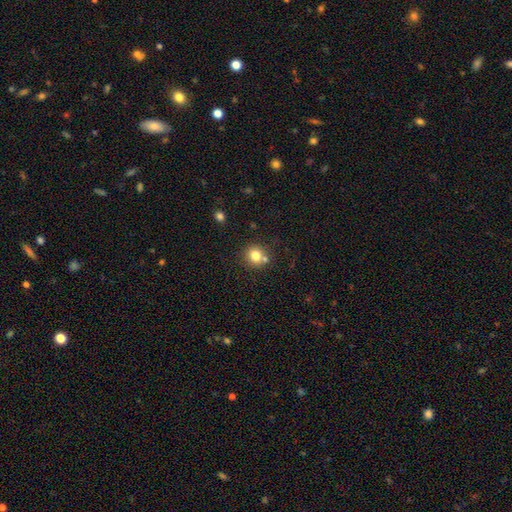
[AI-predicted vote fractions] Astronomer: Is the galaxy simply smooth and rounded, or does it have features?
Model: smooth — 78%.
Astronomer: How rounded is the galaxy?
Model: round — 84%.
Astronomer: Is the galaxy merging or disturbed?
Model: none — 69%.